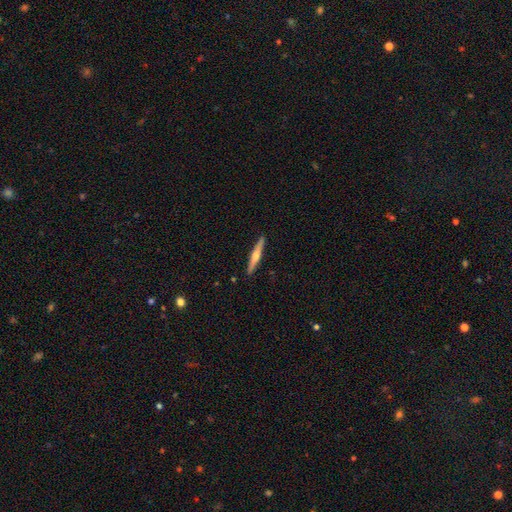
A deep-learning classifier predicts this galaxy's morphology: Smooth or featured: featured or disk — 65% (smooth — 30%)
Edge-on disk: yes — 98% (no — 2%)
Edge-on bulge: rounded — 89% (none — 7%)
Merging: none — 92% (minor disturbance — 6%)